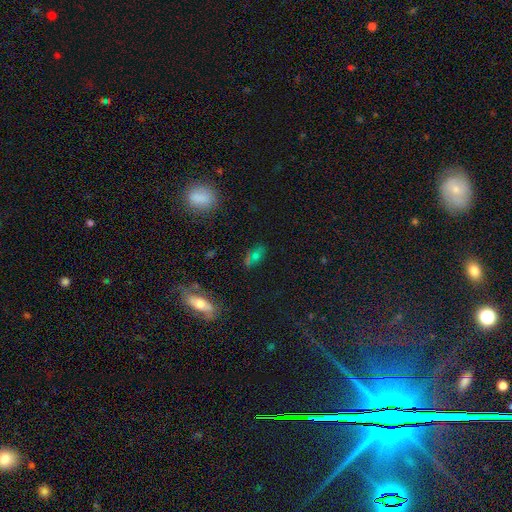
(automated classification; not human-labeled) smooth_or_featured: smooth (p=0.52) [alt: star or artifact p=0.29]
how_rounded: in between (p=0.75) [alt: round p=0.18]
merging: none (p=0.58) [alt: minor disturbance p=0.18]